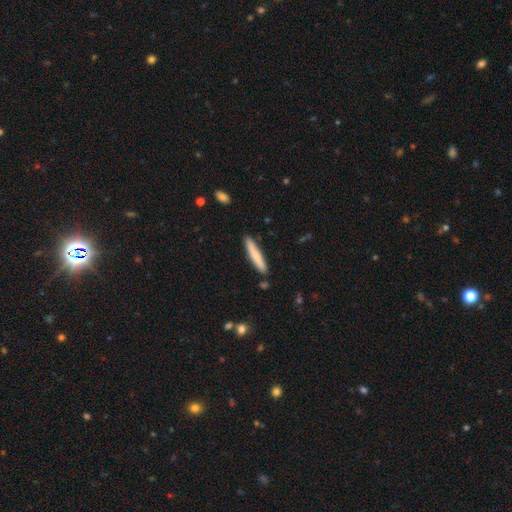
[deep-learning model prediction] Morphology: type=smooth (74%); roundness=cigar-shaped (93%); merging=none (88%).